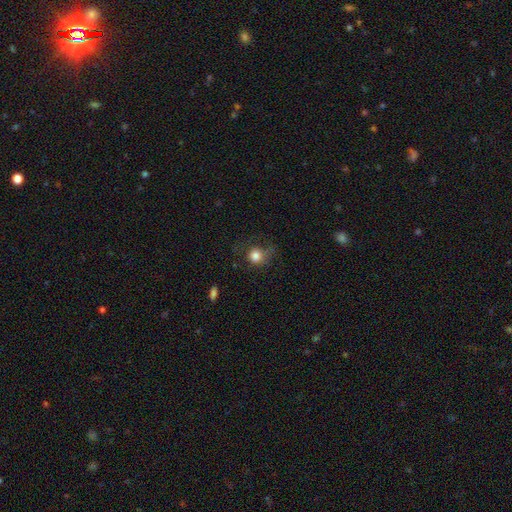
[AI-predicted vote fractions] Smooth or featured? Predicted: smooth (p=0.81). How rounded? Predicted: round (p=0.85). Merging? Predicted: none (p=0.56).